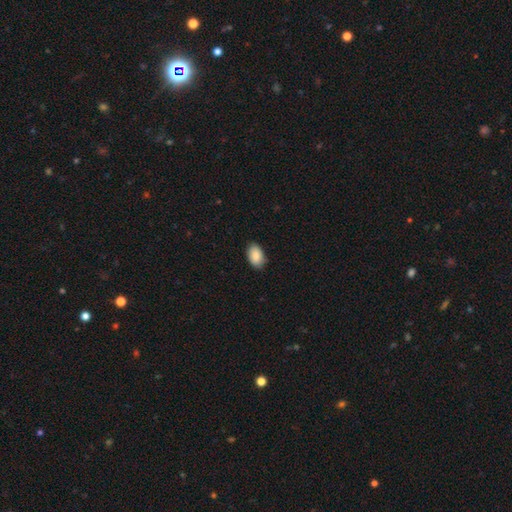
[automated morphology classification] Smooth or featured? smooth (89%)
How rounded? in between (92%)
Merging? none (86%)